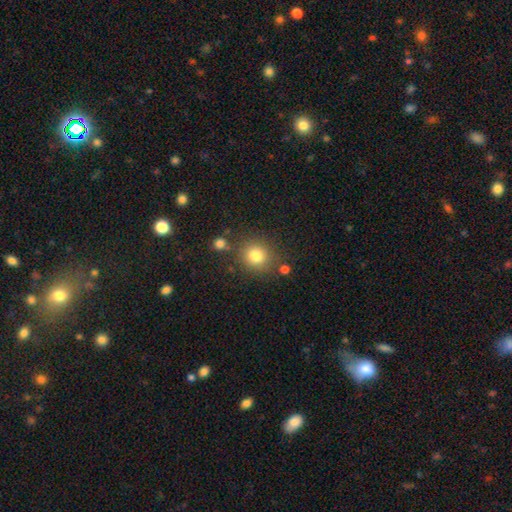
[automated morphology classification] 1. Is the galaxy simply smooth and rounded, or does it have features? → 81% smooth, 12% star or artifact, 7% featured or disk.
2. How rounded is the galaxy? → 88% round, 11% in between, 1% cigar-shaped.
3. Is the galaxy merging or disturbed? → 79% none, 10% minor disturbance, 7% merger, 4% major disturbance.